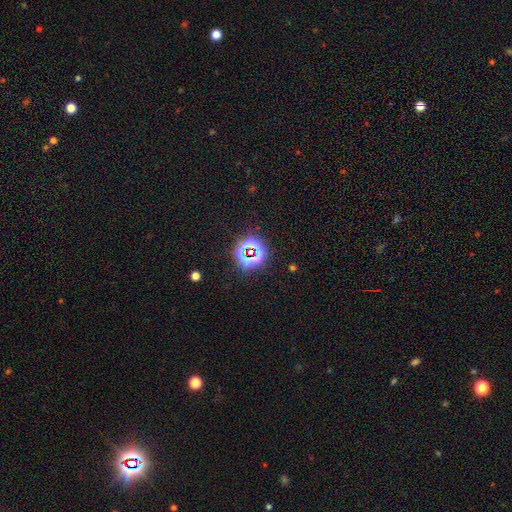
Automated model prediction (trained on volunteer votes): Smooth or featured: star or artifact — 75% (smooth — 16%)